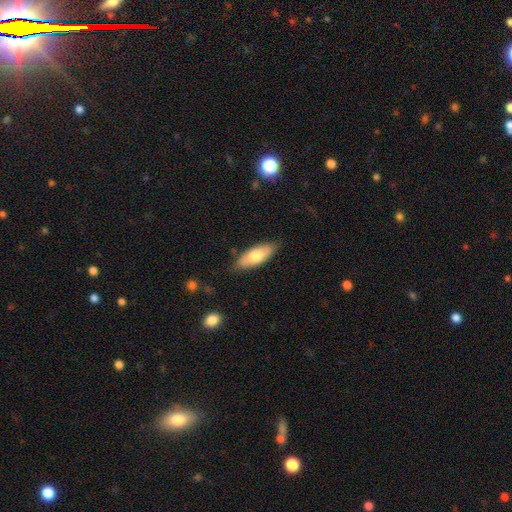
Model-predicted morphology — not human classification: A smooth galaxy with no disk features (71%) that is in between round and cigar-shaped (76%). Merging: none (81%).